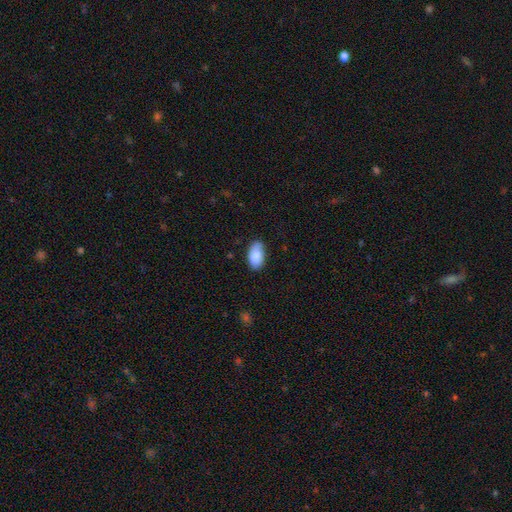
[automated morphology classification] Smooth or featured? smooth (88%)
How rounded? in between (94%)
Merging? none (77%)